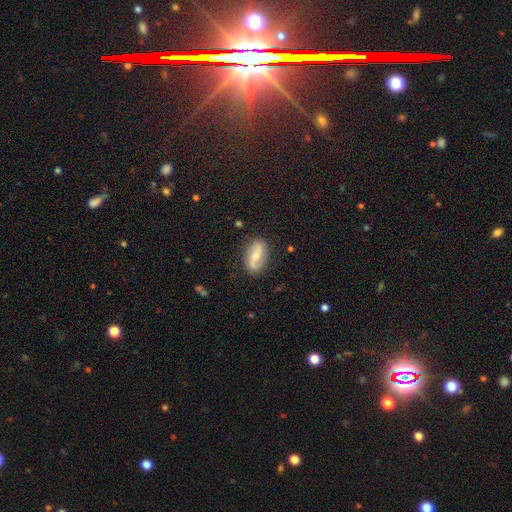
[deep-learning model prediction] A featured or disk galaxy (64%) with a weak bar (41%), 2 (91%) loose (60%) spiral arms (91%) and a moderate central bulge (44%). Merging: none (82%).